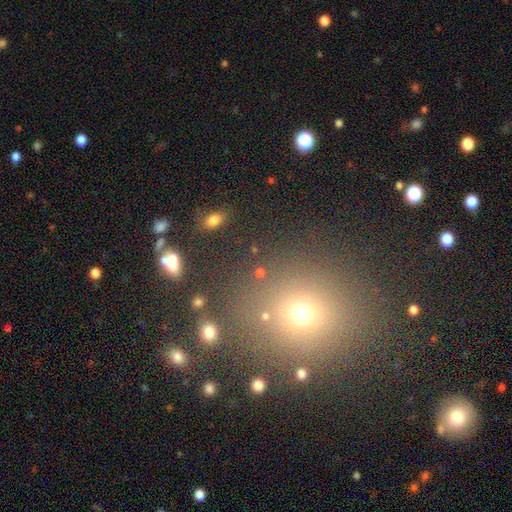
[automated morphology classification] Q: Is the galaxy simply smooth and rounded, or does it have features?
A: smooth — 54%.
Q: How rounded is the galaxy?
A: round — 73%.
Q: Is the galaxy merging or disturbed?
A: none — 85%.